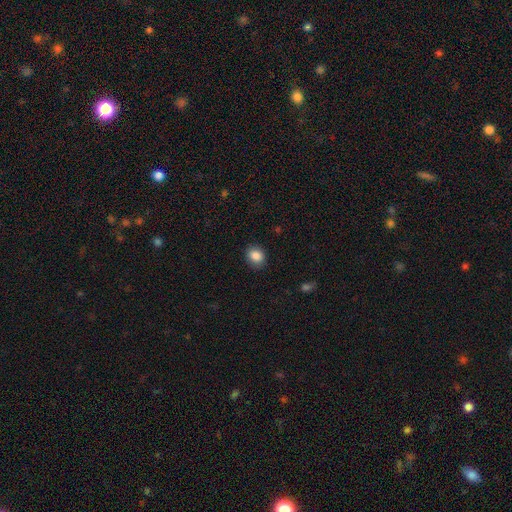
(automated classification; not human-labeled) This is clearly a smooth galaxy (87%). How rounded: possibly round (57%). Merging: clearly none (87%).